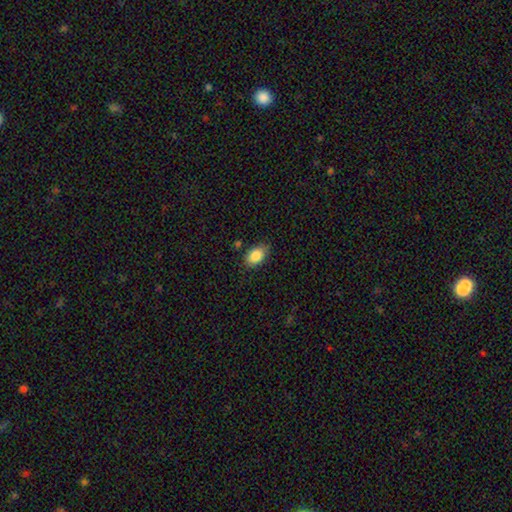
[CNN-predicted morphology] Q: Smooth or featured?
A: smooth (85%); runner-up: star or artifact (8%)
Q: How rounded?
A: in between (89%); runner-up: round (10%)
Q: Merging?
A: none (78%); runner-up: minor disturbance (17%)